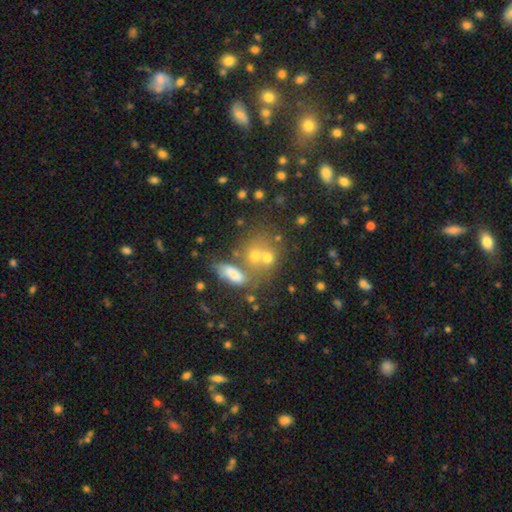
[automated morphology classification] A smooth galaxy with no disk features (60%) that is round (56%). Merging: merger (47%).